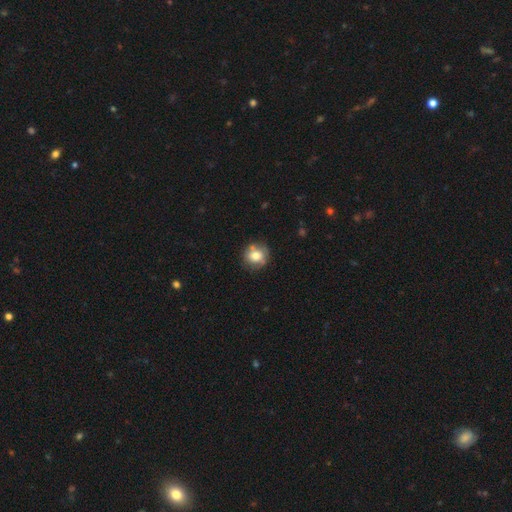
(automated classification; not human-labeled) Smooth or featured: smooth — 71% (featured or disk — 20%)
How rounded: round — 84% (in between — 15%)
Merging: none — 68% (minor disturbance — 19%)